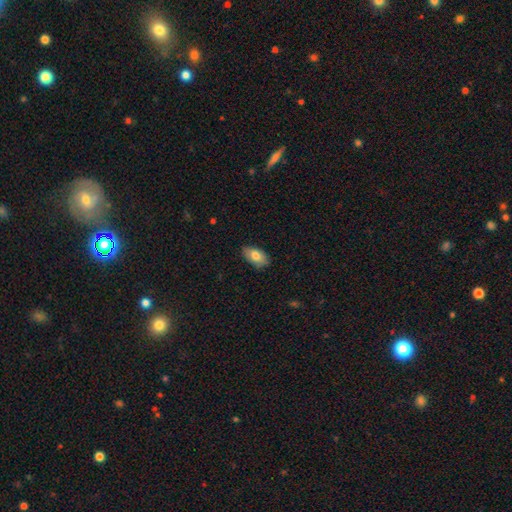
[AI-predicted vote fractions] Overall: smooth (78%). How rounded: in between (93%). Merging: none (82%).